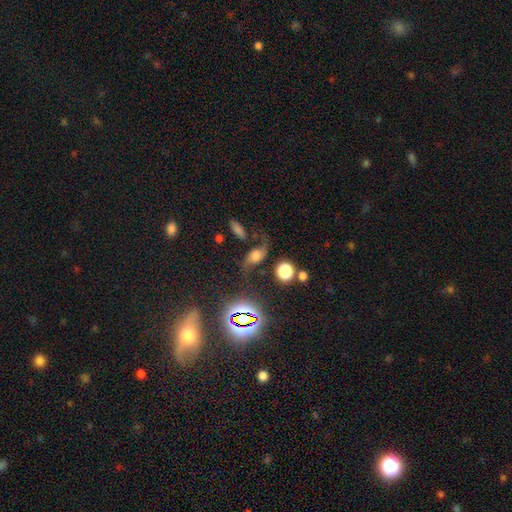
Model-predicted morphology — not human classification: type=featured or disk (50%); edge-on=no (90%); merging=none (56%).